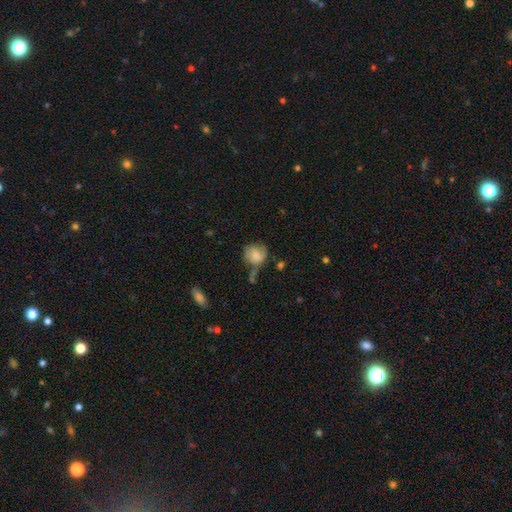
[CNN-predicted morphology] A smooth galaxy with no disk features (70%) that is round (73%).

Vote fractions:
- Smooth or featured? smooth: 70% / featured or disk: 22% / star or artifact: 8%
- How rounded? round: 73% / in between: 26% / cigar-shaped: 1%
- Merging? none: 38% / minor disturbance: 29% / major disturbance: 20% / merger: 12%